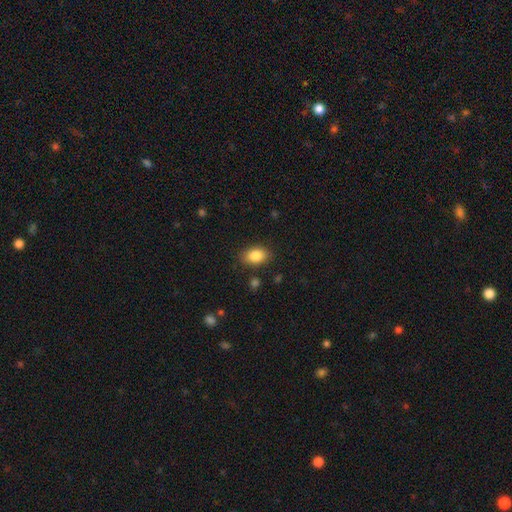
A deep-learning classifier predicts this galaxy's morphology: This appears to be a smooth galaxy with no disk features (86%) that is in between round and cigar-shaped (83%). Merging: none (85%).